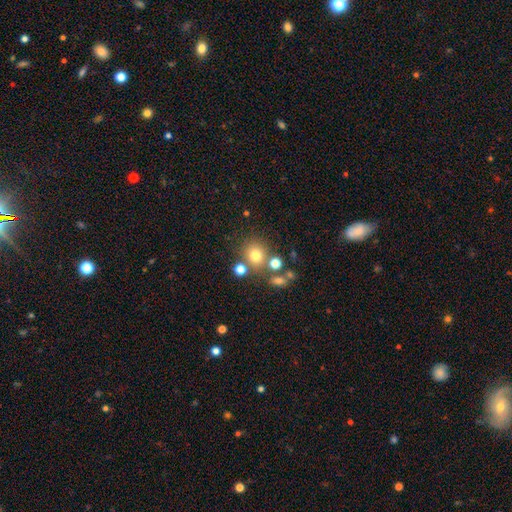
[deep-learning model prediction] Q: Smooth or featured?
A: smooth (73%); runner-up: star or artifact (16%)
Q: How rounded?
A: round (84%); runner-up: in between (15%)
Q: Merging?
A: none (68%); runner-up: merger (16%)